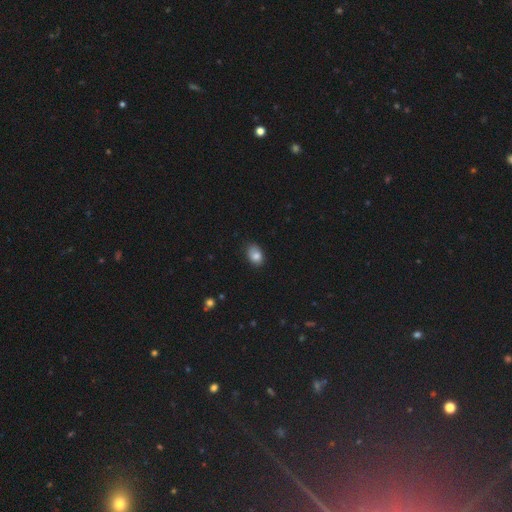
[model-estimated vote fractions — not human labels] Smooth or featured: smooth — 83% (star or artifact — 9%)
How rounded: in between — 78% (round — 20%)
Merging: none — 69% (minor disturbance — 26%)